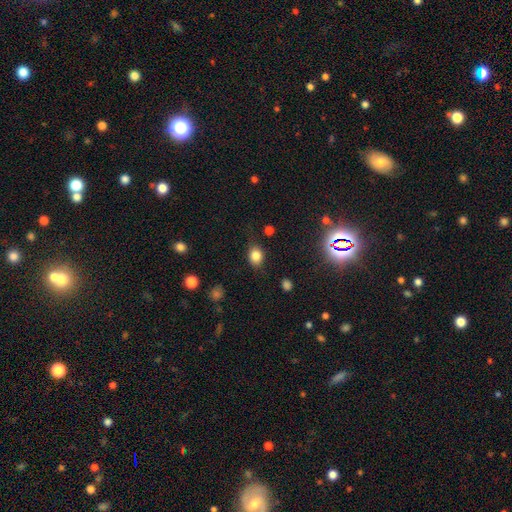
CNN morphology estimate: A smooth galaxy with no disk features (81%) that is in between round and cigar-shaped (52%).

Vote fractions:
- Smooth or featured? smooth: 81% / star or artifact: 11% / featured or disk: 8%
- How rounded? in between: 52% / round: 47% / cigar-shaped: 1%
- Merging? none: 77% / minor disturbance: 17% / major disturbance: 5% / merger: 2%